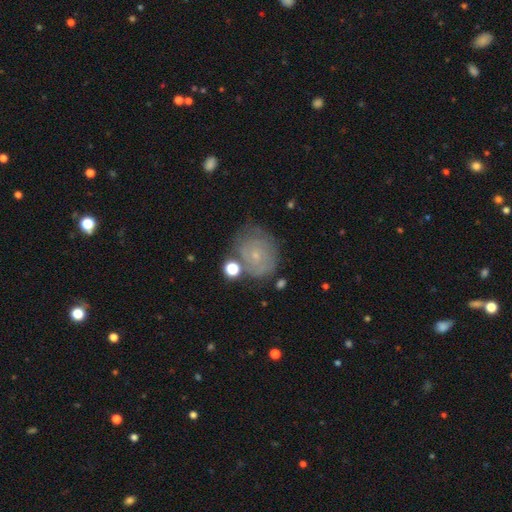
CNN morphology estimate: smooth_or_featured: featured or disk (p=0.51) [alt: smooth p=0.36]
disk_edge_on: no (p=0.97) [alt: yes p=0.03]
merging: none (p=0.62) [alt: minor disturbance p=0.21]